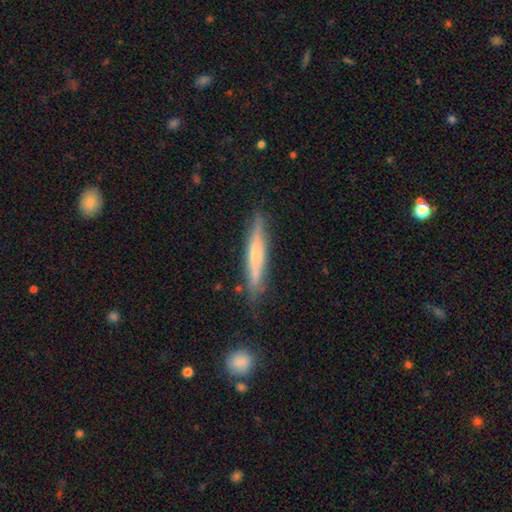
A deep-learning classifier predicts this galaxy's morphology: Smooth or featured?
  - featured or disk: 48% *
  - smooth: 46%
  - star or artifact: 6%
Merging?
  - none: 80% *
  - minor disturbance: 14%
  - major disturbance: 3%
  - merger: 3%